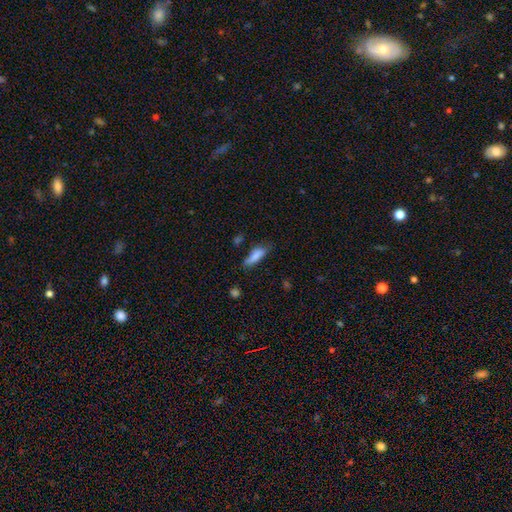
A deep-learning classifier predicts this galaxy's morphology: Q: Smooth or featured?
A: smooth (81%); runner-up: featured or disk (11%)
Q: How rounded?
A: in between (51%); runner-up: cigar-shaped (47%)
Q: Merging?
A: none (59%); runner-up: minor disturbance (28%)